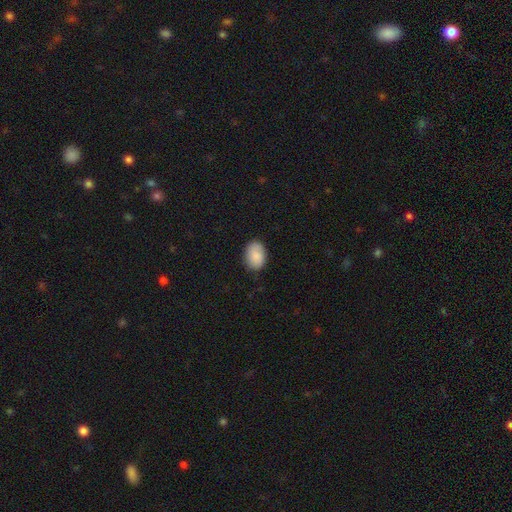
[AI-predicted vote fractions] This appears to be a smooth galaxy with no disk features (89%) that is in between round and cigar-shaped (81%). Merging: none (83%).